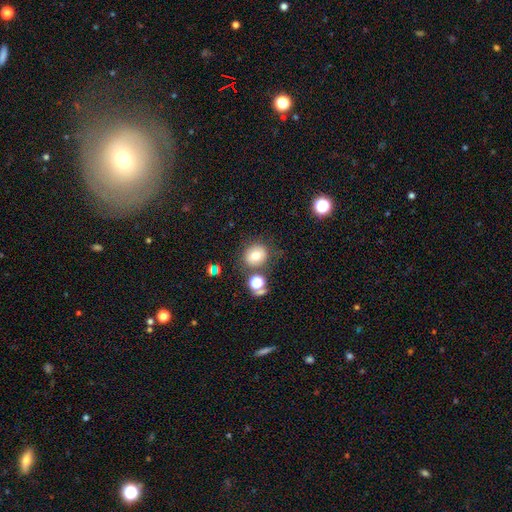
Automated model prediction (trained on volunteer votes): Q: Smooth or featured?
A: smooth (72%); runner-up: star or artifact (15%)
Q: How rounded?
A: round (80%); runner-up: in between (19%)
Q: Merging?
A: none (73%); runner-up: minor disturbance (13%)